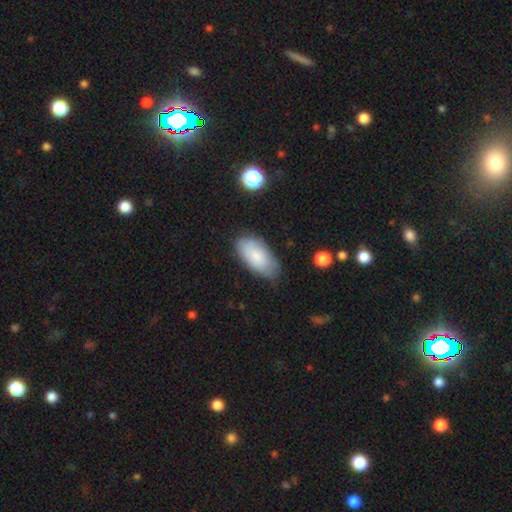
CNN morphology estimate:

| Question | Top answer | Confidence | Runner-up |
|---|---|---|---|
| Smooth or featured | smooth | 76% | featured or disk (17%) |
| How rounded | in between | 93% | cigar-shaped (4%) |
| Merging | none | 70% | minor disturbance (23%) |